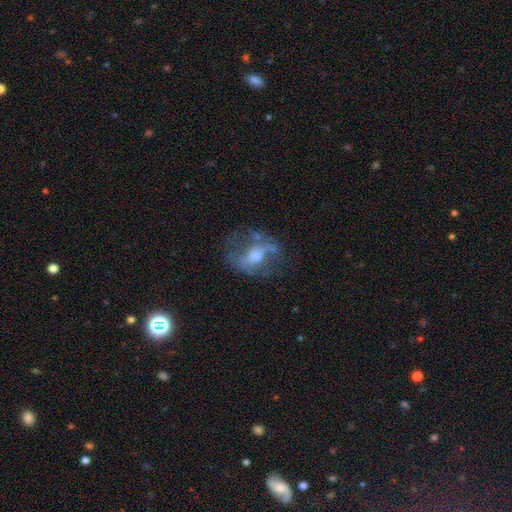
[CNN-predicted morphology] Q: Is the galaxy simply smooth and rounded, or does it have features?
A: featured or disk — 59%.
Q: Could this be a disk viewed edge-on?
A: no — 95%.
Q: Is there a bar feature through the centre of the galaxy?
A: no — 58%.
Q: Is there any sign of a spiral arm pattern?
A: no — 57%.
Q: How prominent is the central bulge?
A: moderate — 47%.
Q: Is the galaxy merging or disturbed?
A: none — 51%.